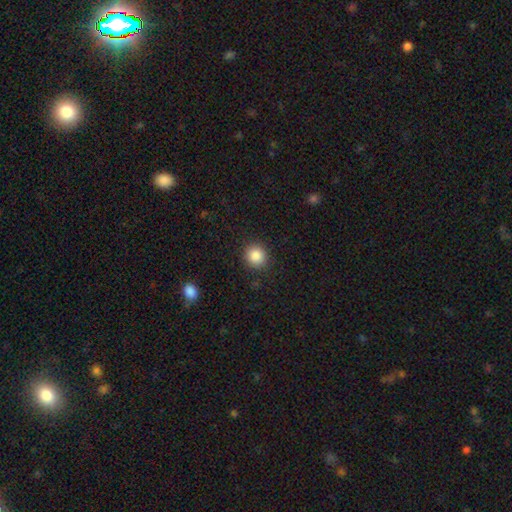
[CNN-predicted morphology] Smooth or featured? Predicted: smooth (p=0.87). How rounded? Predicted: round (p=0.91). Merging? Predicted: none (p=0.90).